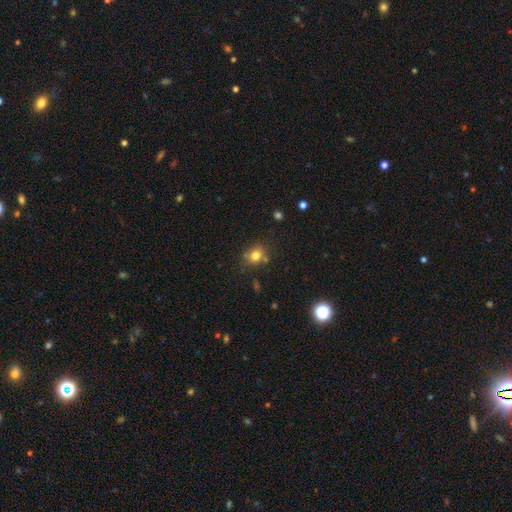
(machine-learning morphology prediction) Q: Smooth or featured?
A: smooth (78%); runner-up: star or artifact (13%)
Q: How rounded?
A: round (67%); runner-up: in between (32%)
Q: Merging?
A: none (71%); runner-up: minor disturbance (16%)